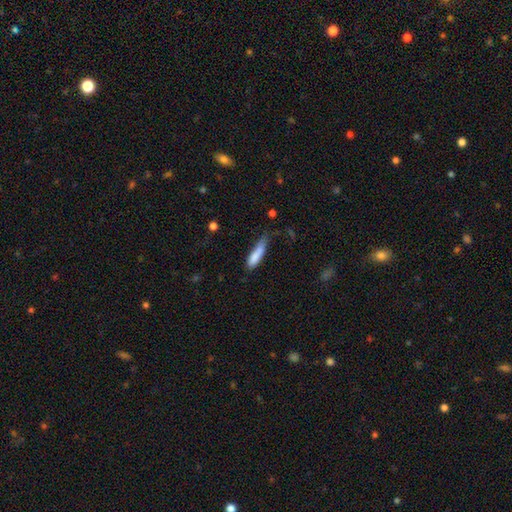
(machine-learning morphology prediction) smooth 79%, featured or disk 13%, star or artifact 7%. Down the decision tree: how rounded — cigar-shaped (70%); merging — none (39%).